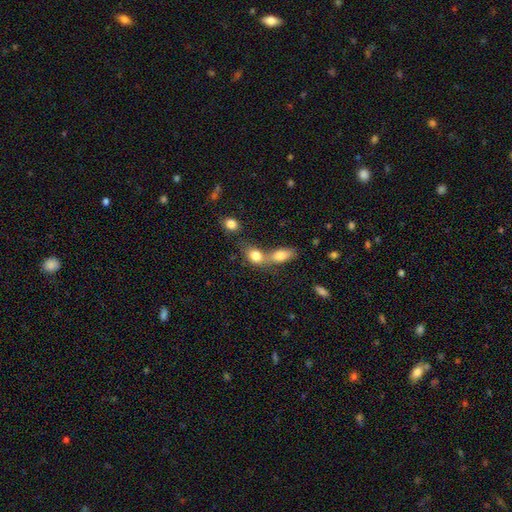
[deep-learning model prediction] Smooth or featured? smooth (80%)
How rounded? in between (59%)
Merging? merger (64%)